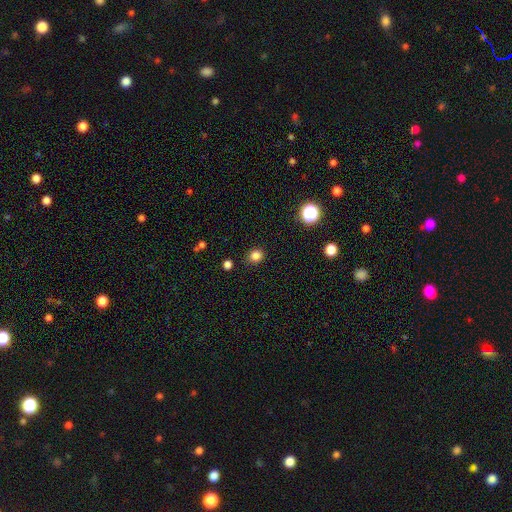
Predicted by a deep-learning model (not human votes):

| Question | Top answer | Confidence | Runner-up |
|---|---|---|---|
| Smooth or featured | smooth | 83% | star or artifact (14%) |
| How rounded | round | 70% | in between (29%) |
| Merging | none | 85% | minor disturbance (11%) |